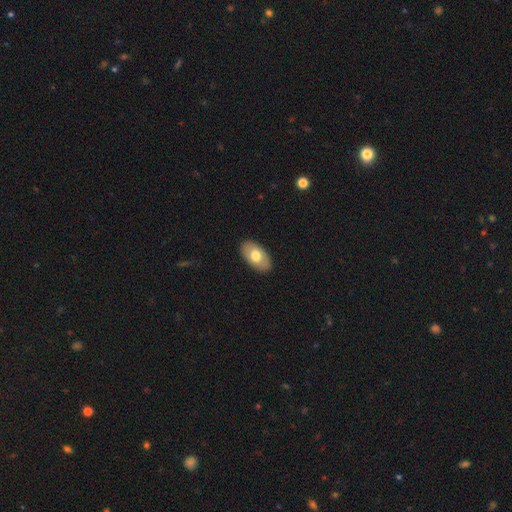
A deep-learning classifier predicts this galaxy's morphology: The model was most divided on "smooth or featured": smooth: 66%, featured or disk: 29%, star or artifact: 5%. More confident: how rounded — in between (94%); merging — none (88%).